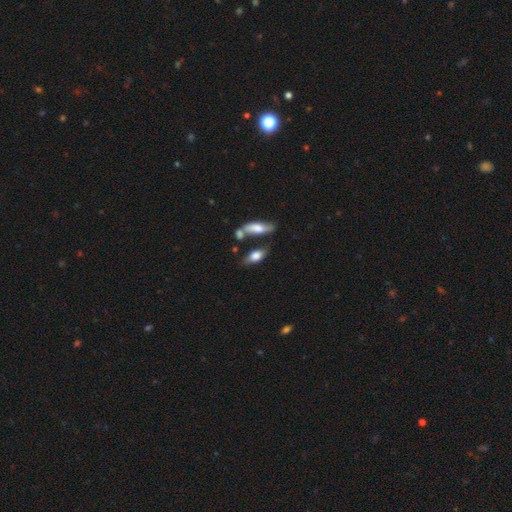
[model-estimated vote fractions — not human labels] Overall: smooth (66%). How rounded: in between (79%). Merging: none (52%; merger 20%).